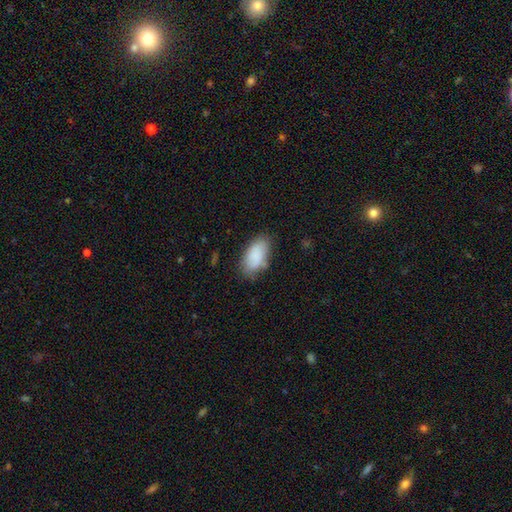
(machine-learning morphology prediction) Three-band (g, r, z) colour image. It shows a smooth galaxy with no disk features (85%) that is in between round and cigar-shaped (93%). Merging: none (71%).